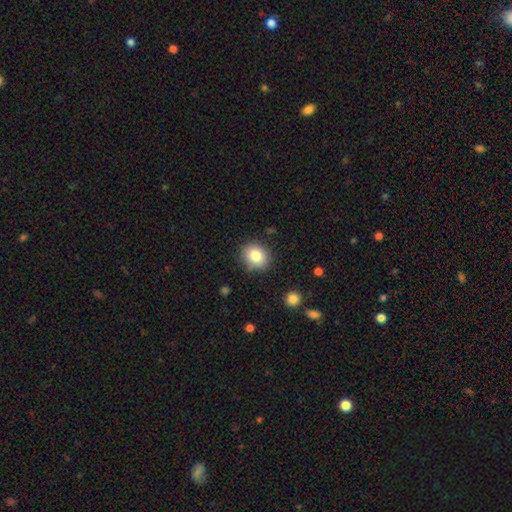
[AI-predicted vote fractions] Smooth or featured? Predicted: smooth (p=0.82). How rounded? Predicted: round (p=0.73). Merging? Predicted: none (p=0.85).